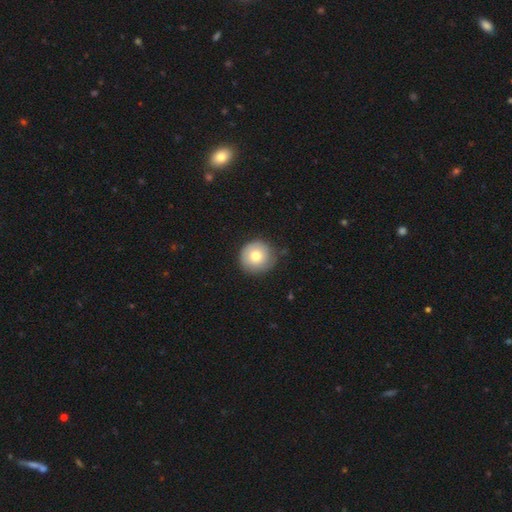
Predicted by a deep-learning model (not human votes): Smooth or featured? smooth (75%)
How rounded? round (95%)
Merging? none (79%)